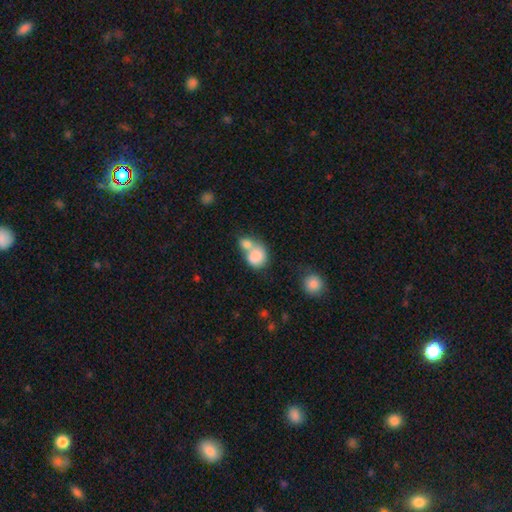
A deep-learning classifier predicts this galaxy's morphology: type=smooth (81%); roundness=round (62%); merging=merger (64%).